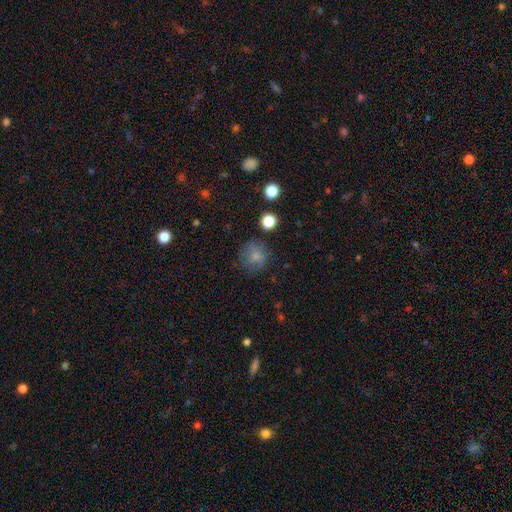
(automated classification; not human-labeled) This is likely a smooth galaxy (76%). How rounded: clearly round (88%). Merging: likely none (72%).